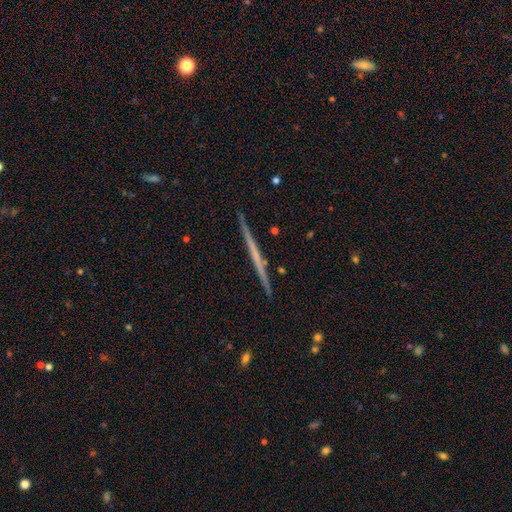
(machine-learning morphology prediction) Overall: featured or disk (65%; smooth 30%). Edge-on disk: yes (98%). Edge-on bulge: none (87%). Merging: none (92%).